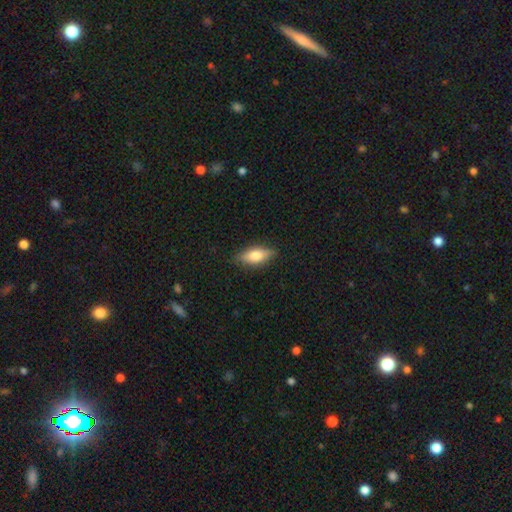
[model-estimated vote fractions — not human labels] Q: Smooth or featured?
A: smooth (70%); runner-up: featured or disk (23%)
Q: How rounded?
A: in between (76%); runner-up: cigar-shaped (20%)
Q: Merging?
A: none (83%); runner-up: minor disturbance (13%)